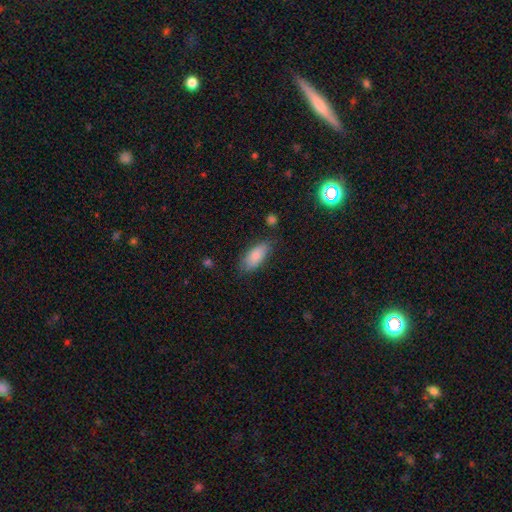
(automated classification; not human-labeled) Smooth or featured?
  - smooth: 84% *
  - featured or disk: 9%
  - star or artifact: 7%
How rounded?
  - in between: 84% *
  - cigar-shaped: 14%
  - round: 2%
Merging?
  - none: 74% *
  - minor disturbance: 19%
  - major disturbance: 4%
  - merger: 2%